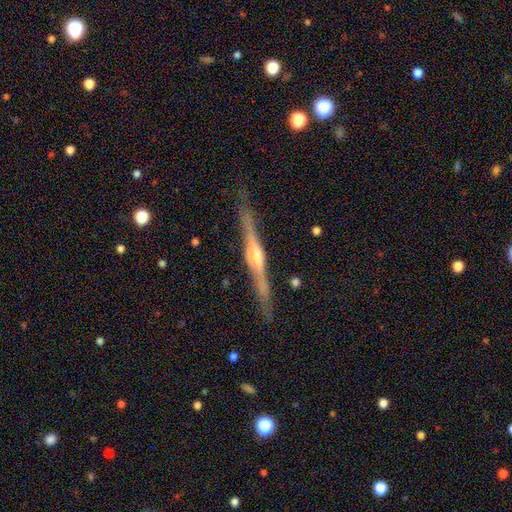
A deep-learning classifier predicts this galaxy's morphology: Smooth or featured?
  - featured or disk: 83% *
  - smooth: 11%
  - star or artifact: 6%
Edge-on disk?
  - yes: 98% *
  - no: 2%
Edge-on bulge?
  - rounded: 80% *
  - boxy: 14%
  - none: 6%
Merging?
  - none: 87% *
  - minor disturbance: 10%
  - major disturbance: 2%
  - merger: 1%